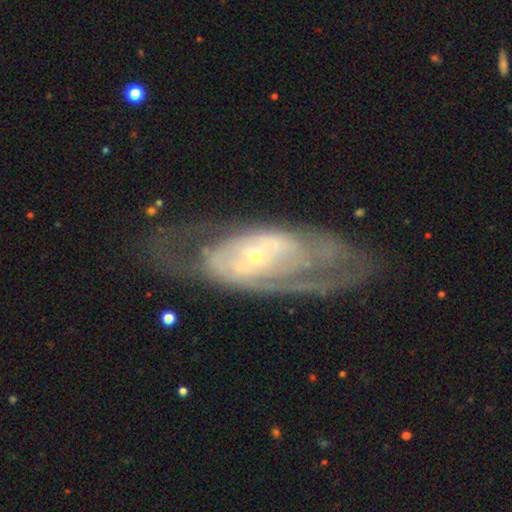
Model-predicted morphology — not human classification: The model was most divided on "spiral arm count": can't tell: 43%, 2: 40%, 1: 6%, 3: 6%, 4: 3%, more than 4: 3%. More confident: edge-on disk — no (89%); smooth or featured — featured or disk (79%); spiral arms — yes (74%); bulge size — small (72%); bar — no (65%); merging — none (59%); spiral winding — tight (52%).